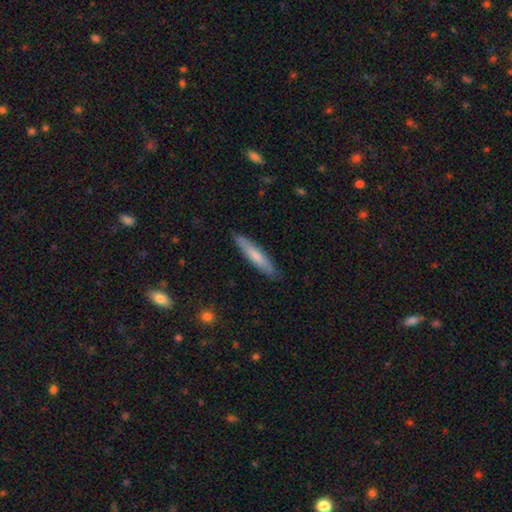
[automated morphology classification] The model was most divided on "smooth or featured": smooth: 67%, featured or disk: 27%, star or artifact: 5%. More confident: how rounded — cigar-shaped (88%); merging — none (86%).